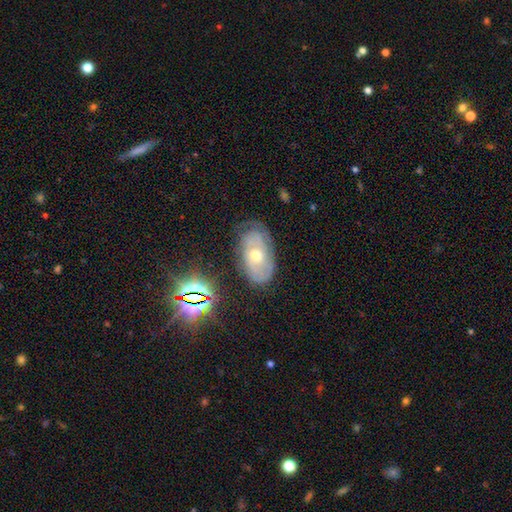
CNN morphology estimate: The model was most divided on "spiral arm count": can't tell: 51%, 2: 26%, 3: 10%, 1: 6%, 4: 4%, more than 4: 3%. More confident: edge-on disk — no (93%); spiral arms — yes (82%); bar — no (76%); smooth or featured — featured or disk (70%); bulge size — moderate (68%); merging — none (67%); spiral winding — tight (66%).